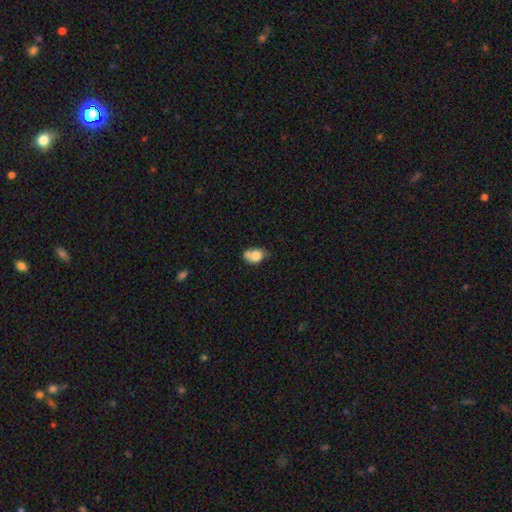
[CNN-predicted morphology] type=smooth (75%); roundness=in between (67%); merging=none (37%).